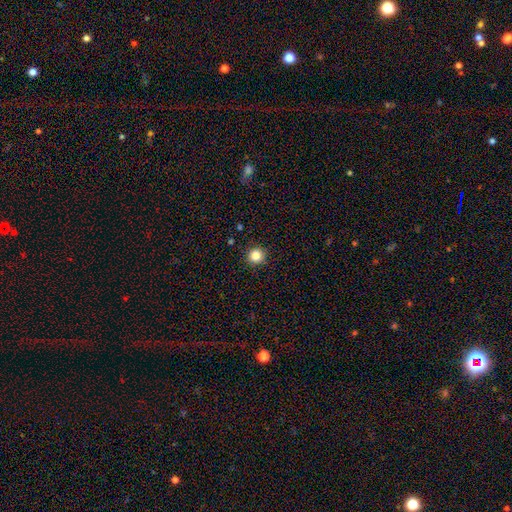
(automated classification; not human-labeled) This is clearly a smooth galaxy (84%). How rounded: clearly round (94%). Merging: clearly none (92%).